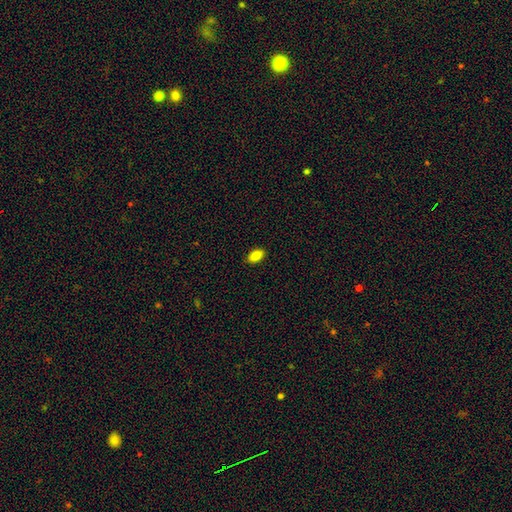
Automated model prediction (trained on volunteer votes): Smooth or featured? smooth (85%)
How rounded? in between (91%)
Merging? none (89%)